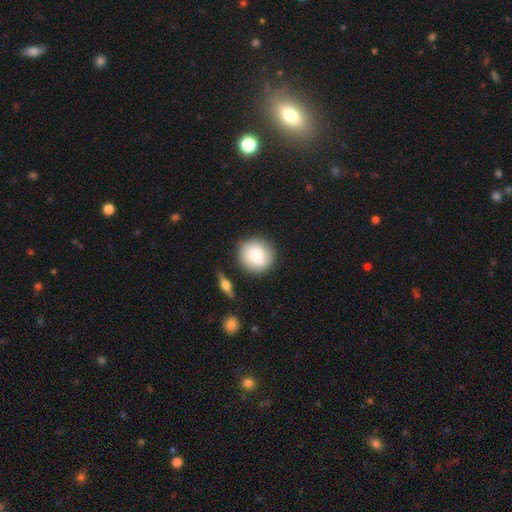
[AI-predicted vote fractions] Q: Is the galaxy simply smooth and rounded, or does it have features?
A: smooth — 74%.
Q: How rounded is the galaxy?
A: round — 90%.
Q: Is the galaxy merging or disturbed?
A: none — 80%.